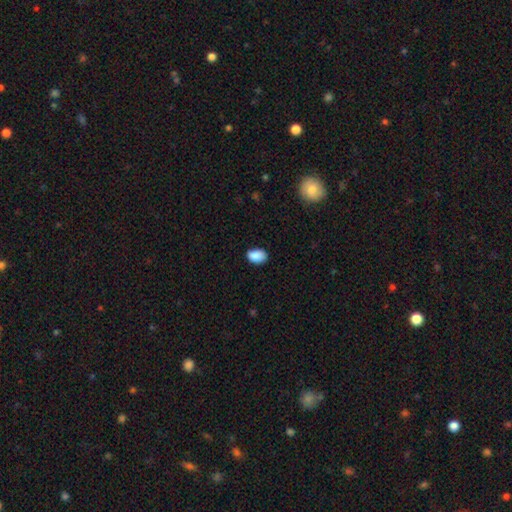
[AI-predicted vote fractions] Smooth or featured? Predicted: smooth (p=0.89). How rounded? Predicted: in between (p=0.88). Merging? Predicted: none (p=0.79).